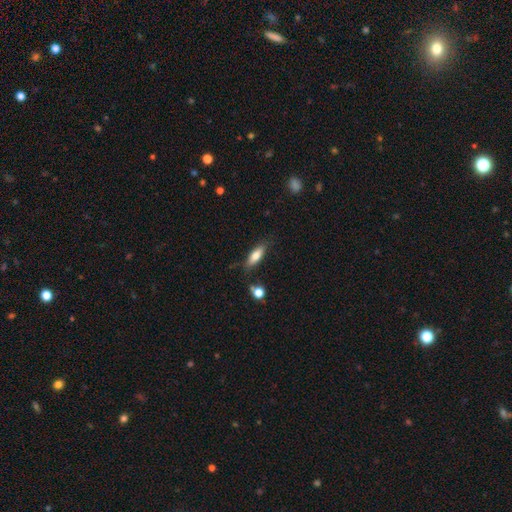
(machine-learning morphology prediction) Smooth or featured? smooth (74%)
How rounded? in between (59%)
Merging? none (74%)